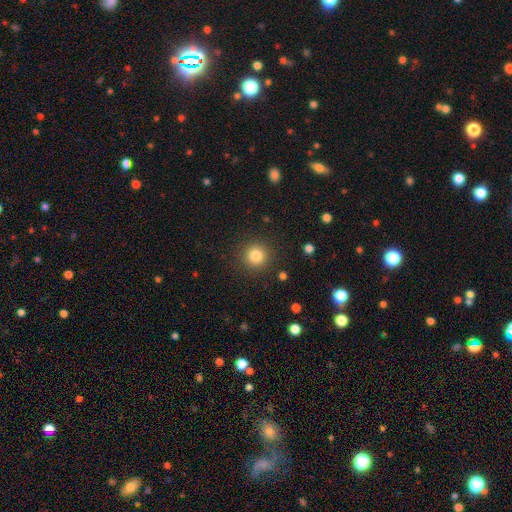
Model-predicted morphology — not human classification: Smooth or featured: smooth — 82% (star or artifact — 12%)
How rounded: round — 95% (in between — 4%)
Merging: none — 90% (minor disturbance — 6%)